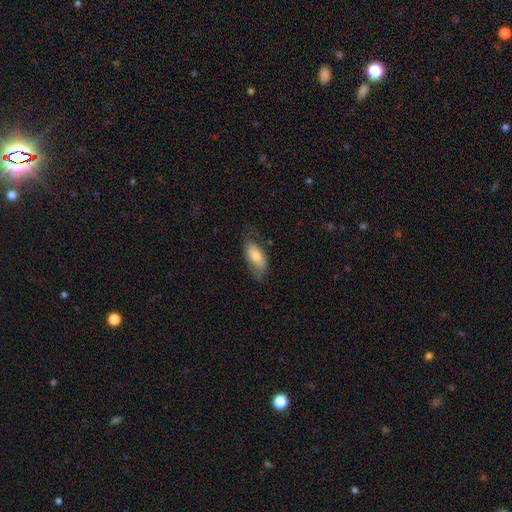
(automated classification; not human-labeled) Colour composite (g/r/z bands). It shows a smooth galaxy with no disk features (64%) that is in between round and cigar-shaped (88%). Merging: none (61%).